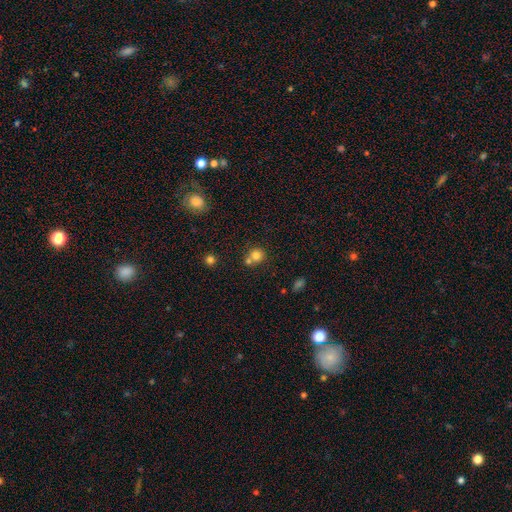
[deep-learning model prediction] Smooth or featured?
  - smooth: 78% *
  - star or artifact: 12%
  - featured or disk: 10%
How rounded?
  - round: 87% *
  - in between: 12%
  - cigar-shaped: 1%
Merging?
  - none: 53% *
  - merger: 36%
  - minor disturbance: 8%
  - major disturbance: 3%